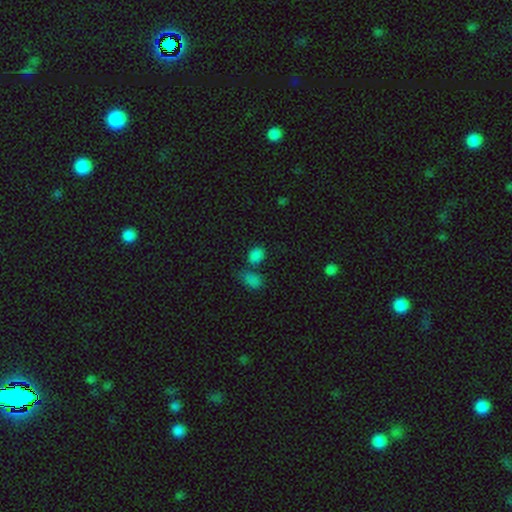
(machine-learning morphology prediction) smooth 80%, star or artifact 16%, featured or disk 5%. Down the decision tree: how rounded — in between (62%); merging — none (56%).